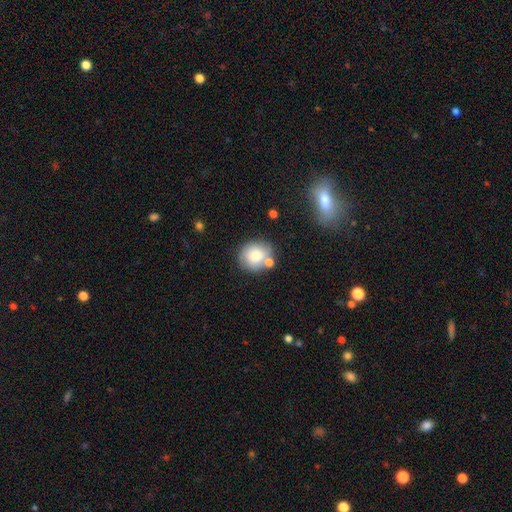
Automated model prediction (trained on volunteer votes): The model was most divided on "merging": none: 63%, merger: 17%, minor disturbance: 16%, major disturbance: 5%. More confident: how rounded — round (81%); smooth or featured — smooth (77%).